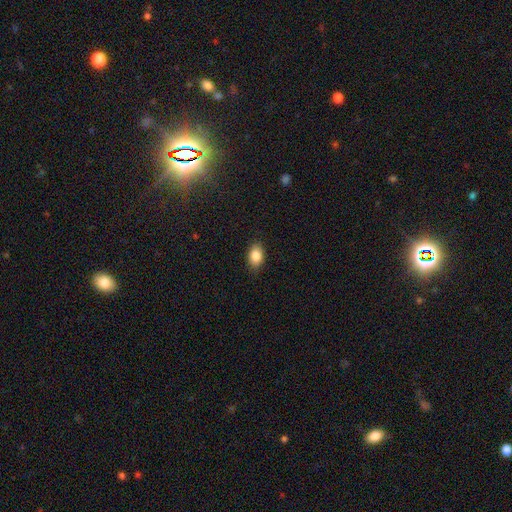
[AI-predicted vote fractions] smooth-or-featured: smooth: 87% | star or artifact: 8% | featured or disk: 5%
  how-rounded: in between: 83% | round: 16% | cigar-shaped: 1%
  merging: none: 86% | minor disturbance: 10% | major disturbance: 2% | merger: 1%